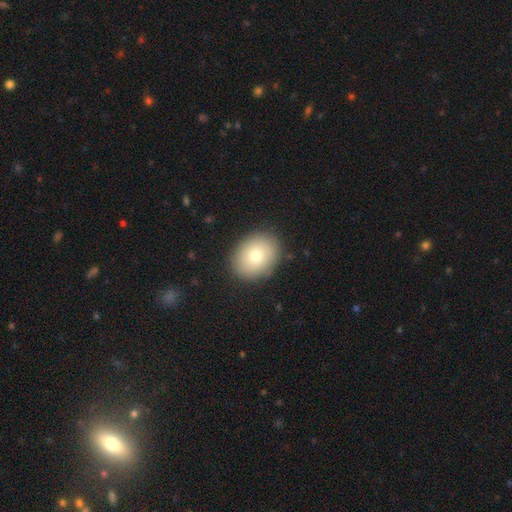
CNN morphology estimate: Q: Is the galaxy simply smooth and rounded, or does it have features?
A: smooth — 77%.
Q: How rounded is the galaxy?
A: in between — 55%.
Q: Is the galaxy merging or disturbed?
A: none — 88%.